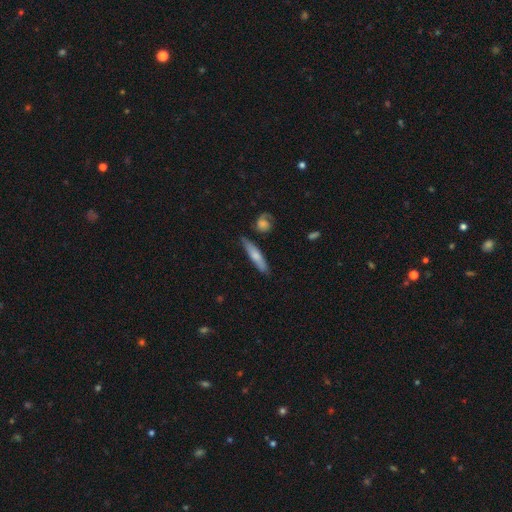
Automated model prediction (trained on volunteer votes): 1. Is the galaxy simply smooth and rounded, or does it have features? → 60% smooth, 34% featured or disk, 6% star or artifact.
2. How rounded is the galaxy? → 83% cigar-shaped, 15% in between, 2% round.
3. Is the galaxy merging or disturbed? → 77% none, 15% minor disturbance, 5% merger, 3% major disturbance.